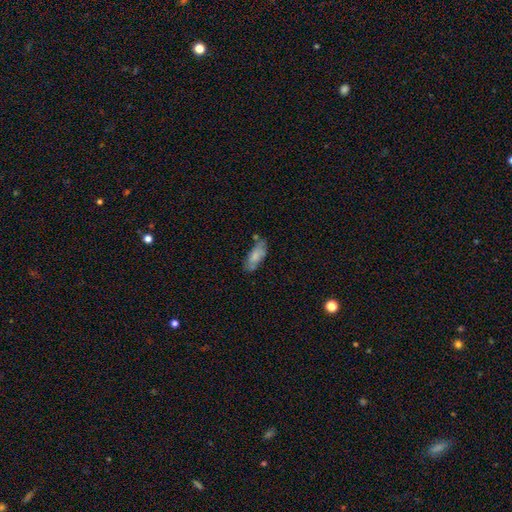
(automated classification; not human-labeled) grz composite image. It shows a smooth galaxy with no disk features (74%) that is in between round and cigar-shaped (76%). Merging: none (62%).